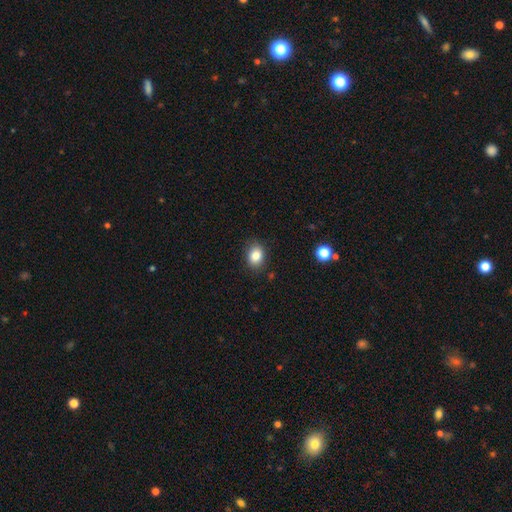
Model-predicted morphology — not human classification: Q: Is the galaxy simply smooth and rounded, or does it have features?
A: smooth — 85%.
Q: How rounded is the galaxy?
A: in between — 61%.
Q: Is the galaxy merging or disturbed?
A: none — 86%.